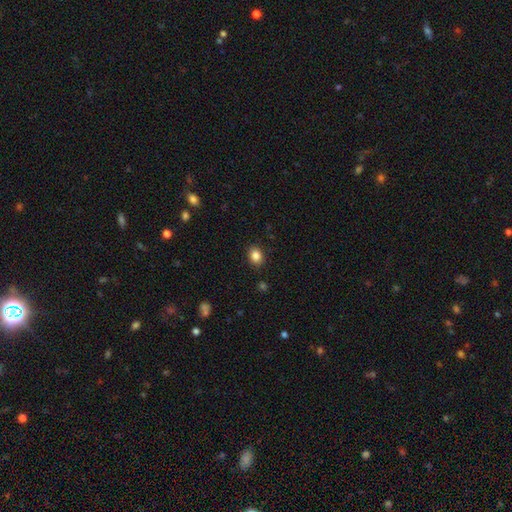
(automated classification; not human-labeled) Smooth or featured?
  - smooth: 85% *
  - star or artifact: 10%
  - featured or disk: 5%
How rounded?
  - in between: 54% *
  - round: 45%
  - cigar-shaped: 1%
Merging?
  - none: 89% *
  - minor disturbance: 8%
  - major disturbance: 2%
  - merger: 1%